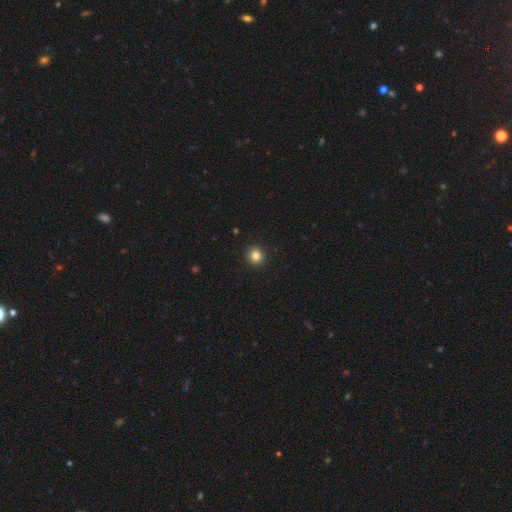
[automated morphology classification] Smooth or featured? smooth (83%)
How rounded? round (94%)
Merging? none (94%)